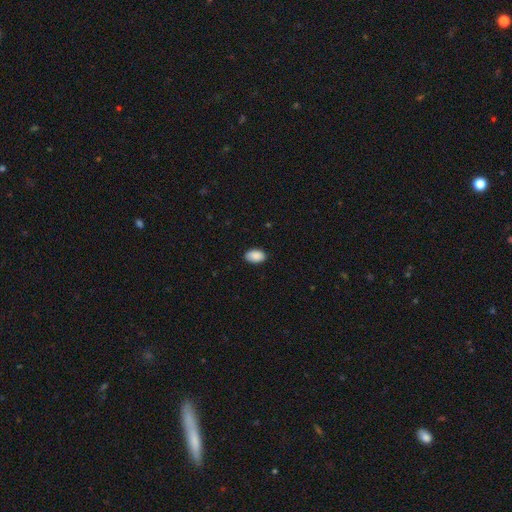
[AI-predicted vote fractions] This appears to be a smooth galaxy with no disk features (90%) that is in between round and cigar-shaped (92%). Merging: none (85%).